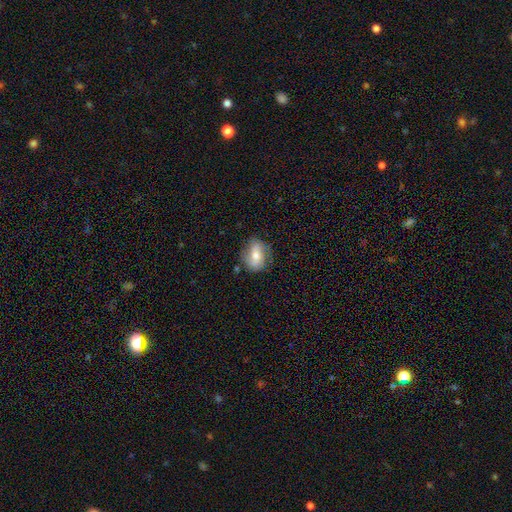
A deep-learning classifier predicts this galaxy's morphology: The model was most divided on "smooth or featured": featured or disk: 52%, smooth: 40%, star or artifact: 8%. More confident: edge-on disk — no (95%); merging — none (72%).